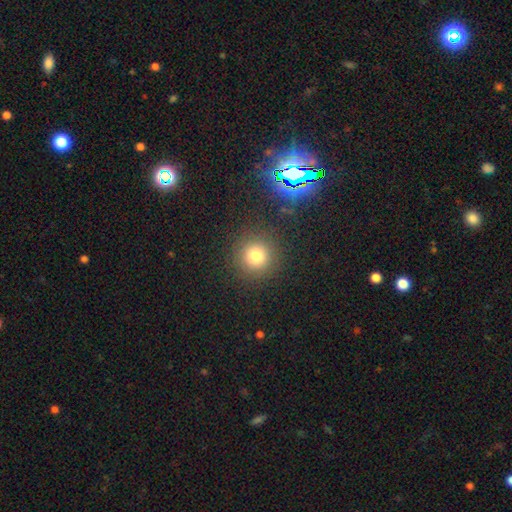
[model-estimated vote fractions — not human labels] smooth_or_featured: smooth (p=0.75) [alt: star or artifact p=0.17]
how_rounded: round (p=0.95) [alt: in between p=0.05]
merging: none (p=0.89) [alt: minor disturbance p=0.06]